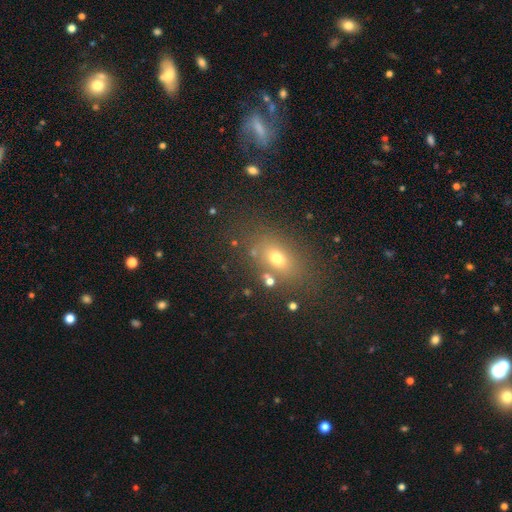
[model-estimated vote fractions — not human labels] Morphology: type=smooth (50%); roundness=in between (63%); merging=none (77%).